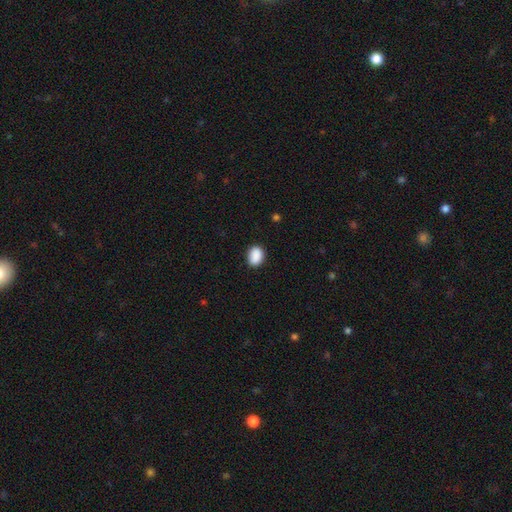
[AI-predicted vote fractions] A smooth galaxy with no disk features (90%) that is in between round and cigar-shaped (73%). Merging: none (86%).